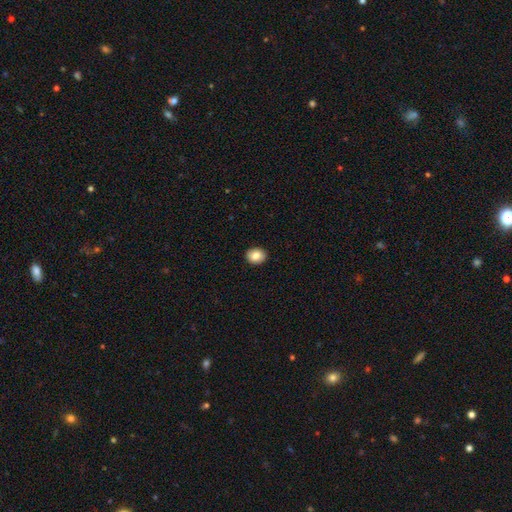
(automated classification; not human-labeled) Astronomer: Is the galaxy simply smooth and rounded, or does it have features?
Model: smooth — 84%.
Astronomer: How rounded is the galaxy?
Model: round — 57% (runner-up: in between, 42%).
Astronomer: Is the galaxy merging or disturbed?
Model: none — 91%.